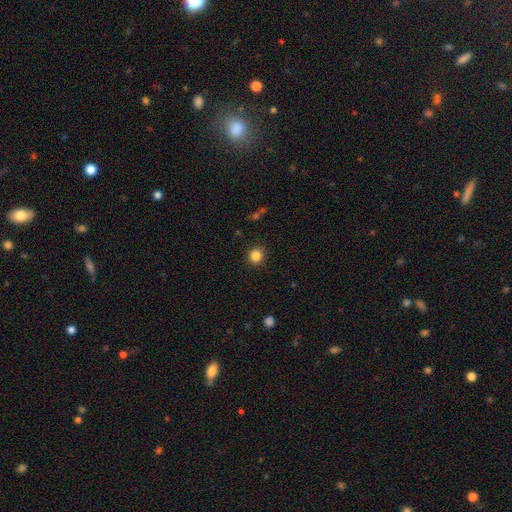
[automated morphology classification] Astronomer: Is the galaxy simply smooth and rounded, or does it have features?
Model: smooth — 84%.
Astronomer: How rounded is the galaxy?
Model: round — 91%.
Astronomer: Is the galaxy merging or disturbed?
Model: none — 90%.